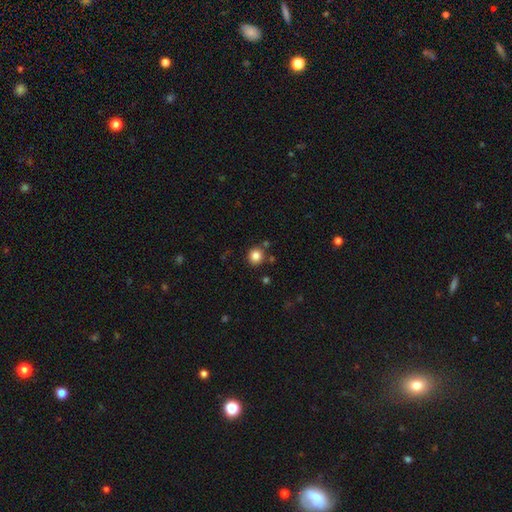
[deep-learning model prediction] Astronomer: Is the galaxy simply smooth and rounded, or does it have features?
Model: smooth — 84%.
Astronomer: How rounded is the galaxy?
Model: round — 88%.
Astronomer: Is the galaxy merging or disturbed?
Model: none — 85%.